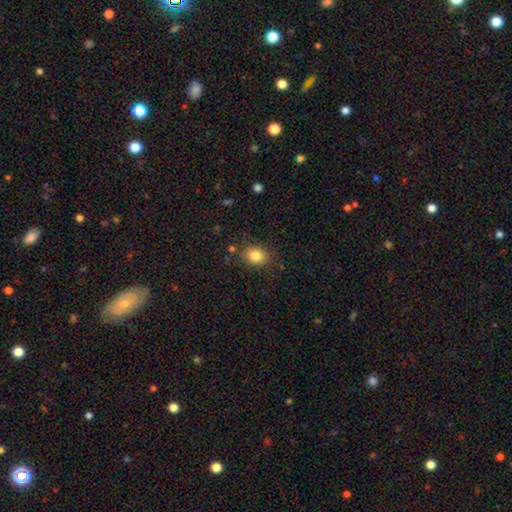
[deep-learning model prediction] A smooth galaxy with no disk features (83%) that is in between round and cigar-shaped (54%). Merging: none (82%).